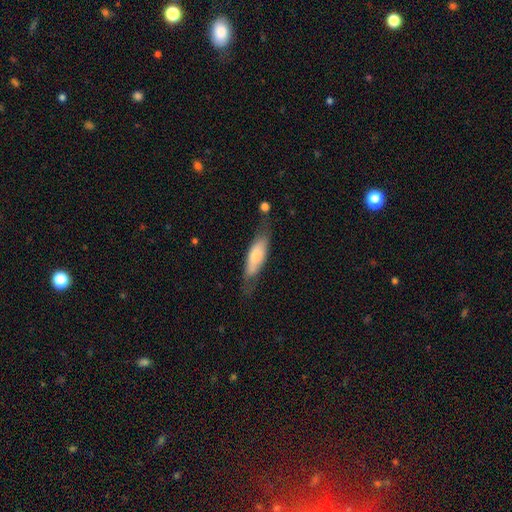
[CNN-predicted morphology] This appears to be a smooth galaxy with no disk features (68%) that is in between round and cigar-shaped (53%). Merging: none (58%).